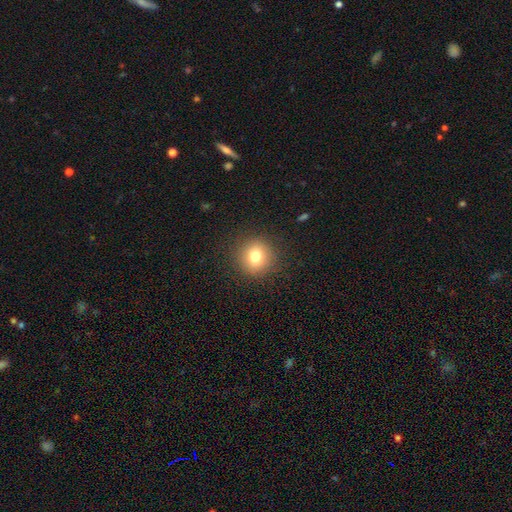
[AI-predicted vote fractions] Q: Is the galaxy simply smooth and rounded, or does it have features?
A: smooth — 78%.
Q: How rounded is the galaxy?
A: round — 90%.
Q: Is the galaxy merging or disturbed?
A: none — 91%.